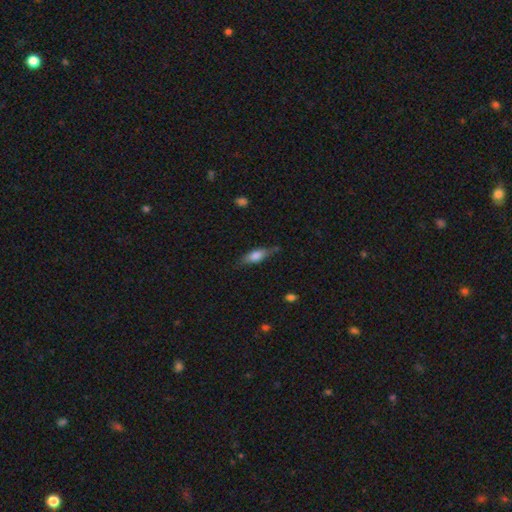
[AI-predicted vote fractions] Smooth or featured?
  - smooth: 67% *
  - featured or disk: 26%
  - star or artifact: 7%
How rounded?
  - in between: 63% *
  - cigar-shaped: 34%
  - round: 3%
Merging?
  - none: 68% *
  - minor disturbance: 23%
  - major disturbance: 6%
  - merger: 3%